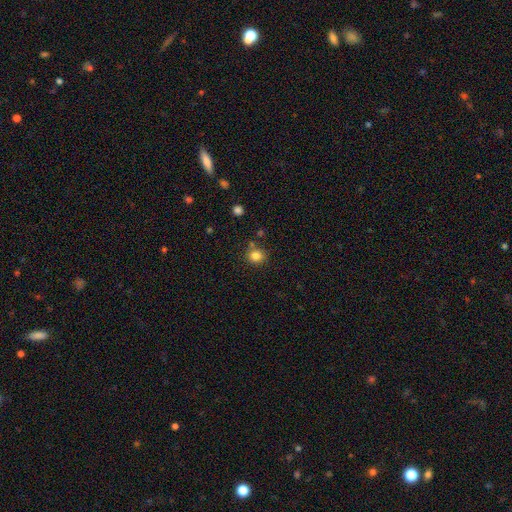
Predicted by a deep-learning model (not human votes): This is clearly a smooth galaxy (83%). How rounded: clearly round (84%). Merging: likely none (77%).